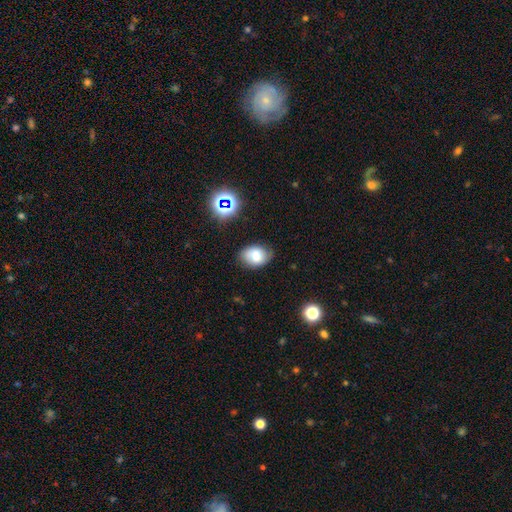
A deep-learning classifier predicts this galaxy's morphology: This appears to be a smooth galaxy with no disk features (71%) that is in between round and cigar-shaped (75%). Merging: none (74%).